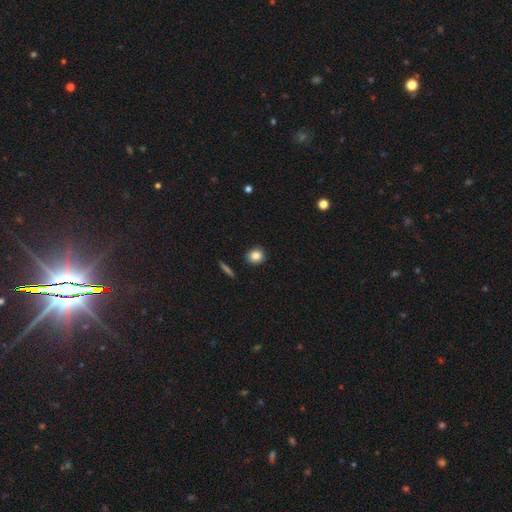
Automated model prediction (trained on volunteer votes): Smooth or featured? Predicted: smooth (p=0.85). How rounded? Predicted: round (p=0.82). Merging? Predicted: none (p=0.90).